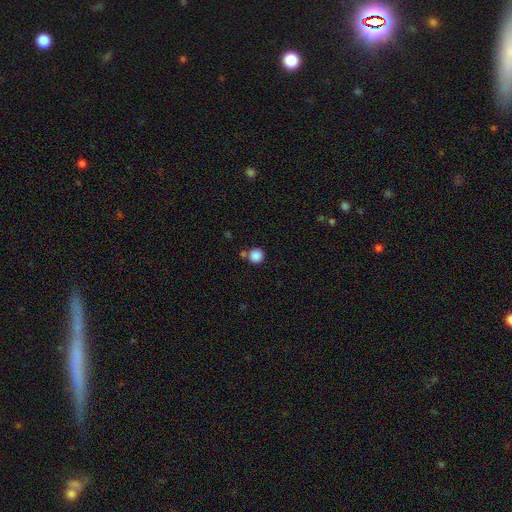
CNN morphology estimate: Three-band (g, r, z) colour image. It shows a smooth galaxy with no disk features (87%) that is round (94%). Merging: none (75%).